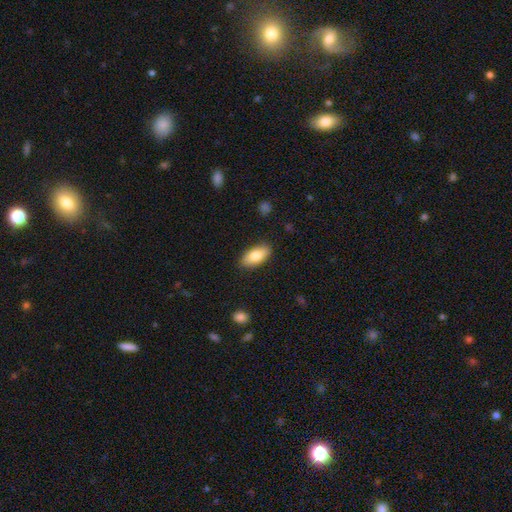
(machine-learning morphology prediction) smooth-or-featured: smooth: 81% | featured or disk: 12% | star or artifact: 6%
  how-rounded: in between: 90% | cigar-shaped: 7% | round: 3%
  merging: none: 86% | minor disturbance: 10% | major disturbance: 2% | merger: 1%